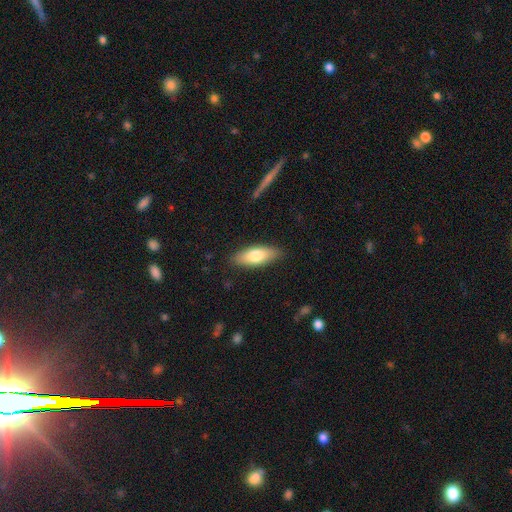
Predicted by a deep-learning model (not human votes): Smooth or featured: smooth — 74% (featured or disk — 20%)
How rounded: in between — 70% (cigar-shaped — 28%)
Merging: none — 85% (minor disturbance — 11%)